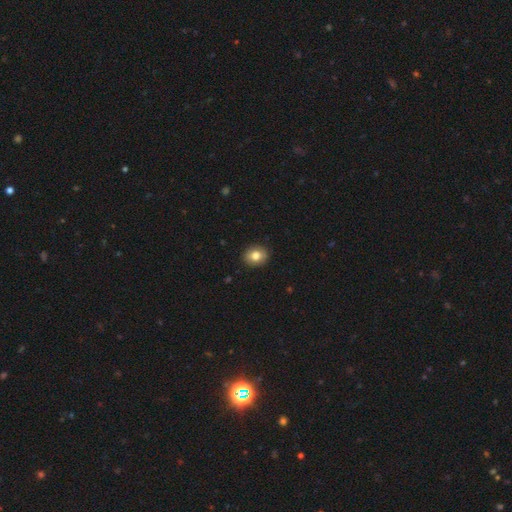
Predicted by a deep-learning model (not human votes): This appears to be a smooth galaxy with no disk features (81%) that is round (65%). Merging: none (90%).